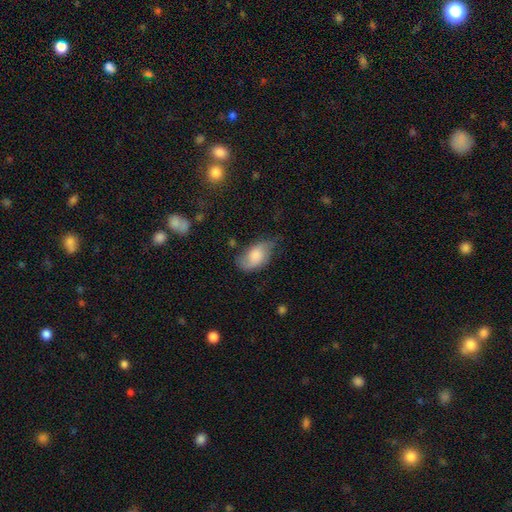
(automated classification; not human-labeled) A smooth galaxy with no disk features (60%) that is in between round and cigar-shaped (91%). Merging: none (43%).